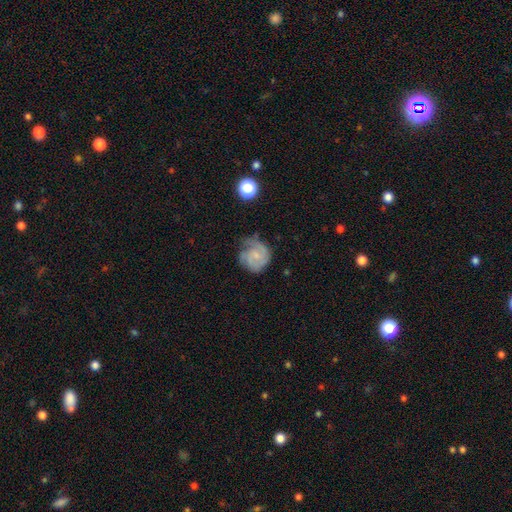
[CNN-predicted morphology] smooth_or_featured: featured or disk (p=0.63) [alt: smooth p=0.29]
disk_edge_on: no (p=0.98) [alt: yes p=0.02]
bar: no (p=0.69) [alt: weak p=0.27]
has_spiral_arms: yes (p=0.89) [alt: no p=0.11]
spiral_winding: tight (p=0.52) [alt: medium p=0.36]
spiral_arm_count: 2 (p=0.31) [alt: can't tell p=0.29]
bulge_size: small (p=0.63) [alt: moderate p=0.19]
merging: none (p=0.49) [alt: minor disturbance p=0.31]